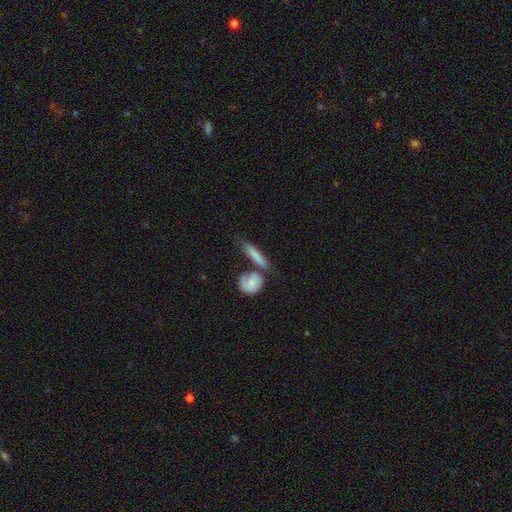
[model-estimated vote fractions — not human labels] The model was most divided on "merging": none: 47%, merger: 31%, minor disturbance: 15%, major disturbance: 7%. More confident: smooth or featured — smooth (69%); how rounded — cigar-shaped (68%).